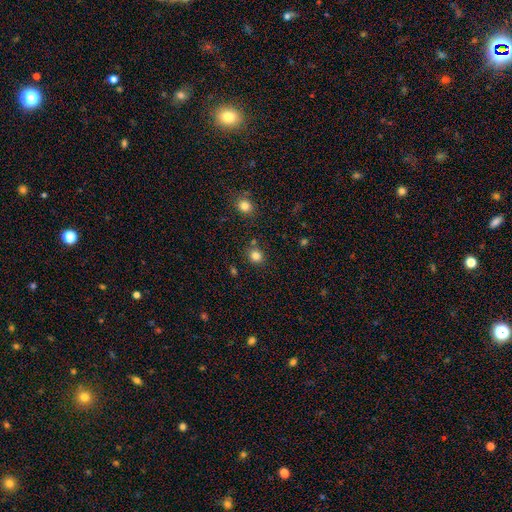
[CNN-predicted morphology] This is clearly a smooth galaxy (83%). How rounded: clearly round (83%). Merging: clearly none (83%).